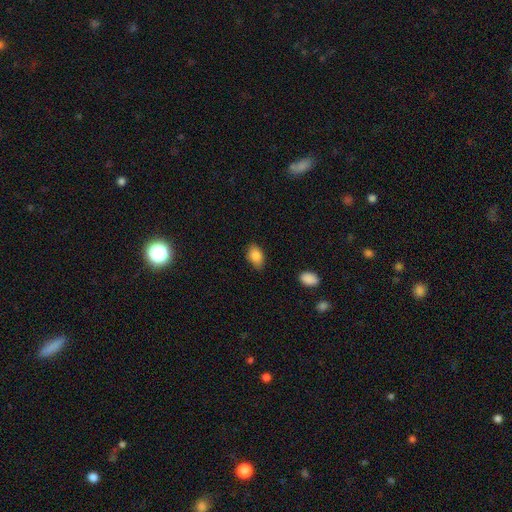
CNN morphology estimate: Smooth or featured? Predicted: smooth (p=0.84). How rounded? Predicted: in between (p=0.89). Merging? Predicted: none (p=0.80).